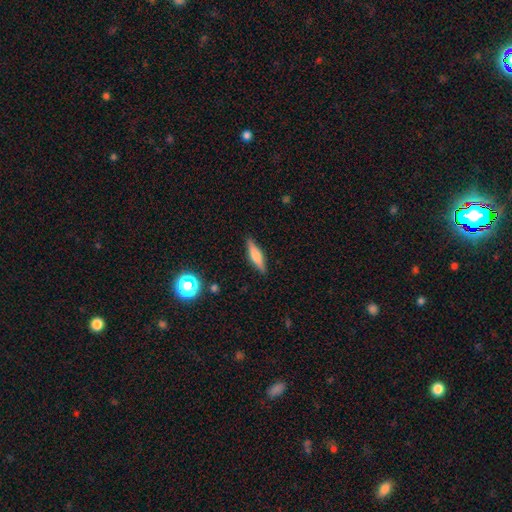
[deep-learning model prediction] smooth 52%, featured or disk 40%, star or artifact 8%. Down the decision tree: how rounded — cigar-shaped (74%); merging — none (88%).